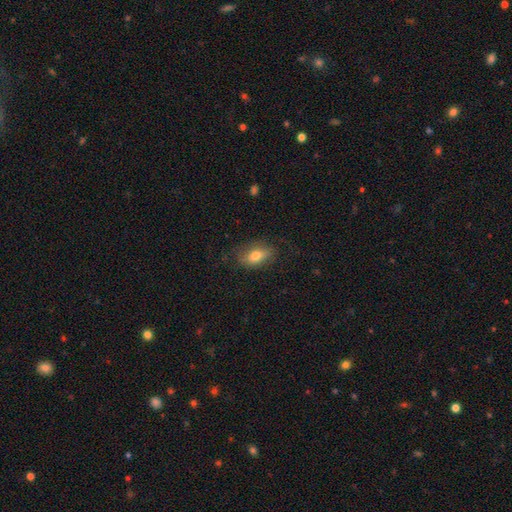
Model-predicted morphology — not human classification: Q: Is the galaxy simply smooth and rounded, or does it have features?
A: smooth — 72%.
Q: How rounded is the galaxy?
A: in between — 85%.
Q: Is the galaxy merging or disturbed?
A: none — 74%.